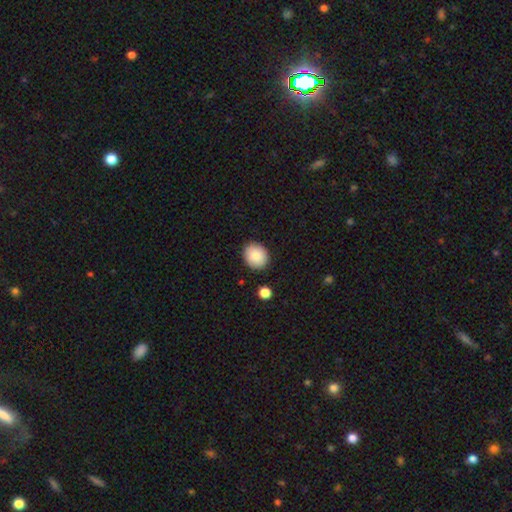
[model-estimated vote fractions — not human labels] This appears to be a smooth galaxy with no disk features (85%) that is round (68%). Merging: none (88%).